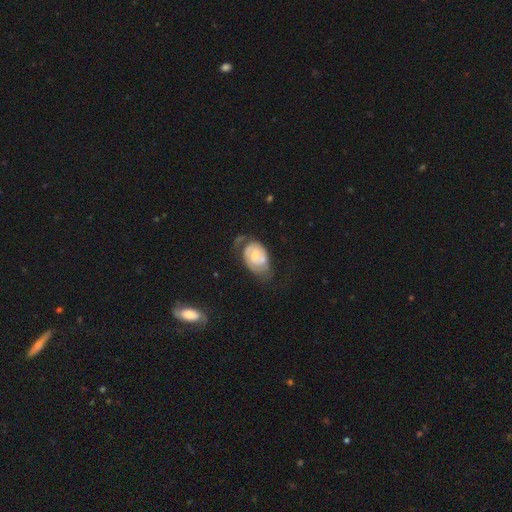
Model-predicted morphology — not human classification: featured or disk 72%, smooth 22%, star or artifact 6%. Down the decision tree: edge-on disk — no (97%); bar — no (58%); spiral arms — yes (86%); spiral arm count — 2 (58%); spiral winding — tight (58%); bulge size — moderate (46%); merging — none (45%).